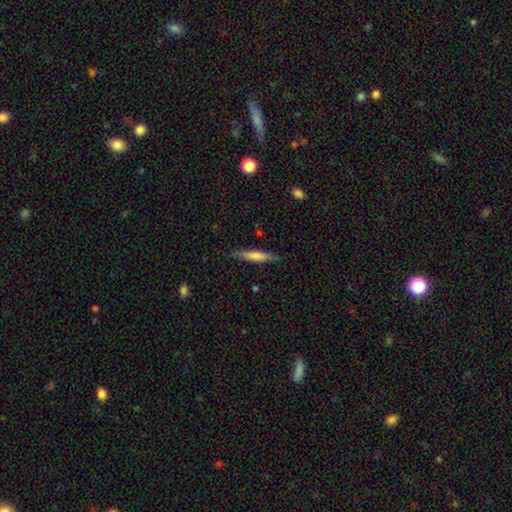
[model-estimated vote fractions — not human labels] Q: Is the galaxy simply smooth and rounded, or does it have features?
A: smooth — 62%.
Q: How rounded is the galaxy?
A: cigar-shaped — 89%.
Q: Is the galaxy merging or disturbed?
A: none — 84%.